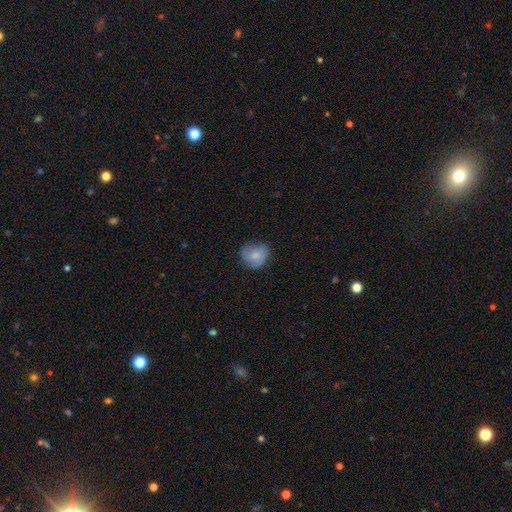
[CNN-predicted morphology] Smooth or featured? smooth (68%)
How rounded? round (71%)
Merging? none (63%)